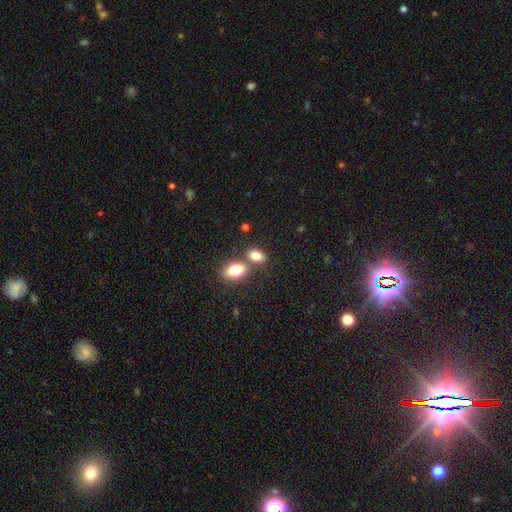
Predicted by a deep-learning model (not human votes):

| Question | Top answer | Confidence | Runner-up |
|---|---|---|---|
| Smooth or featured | smooth | 83% | star or artifact (9%) |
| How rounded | in between | 85% | round (13%) |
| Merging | none | 47% | merger (39%) |